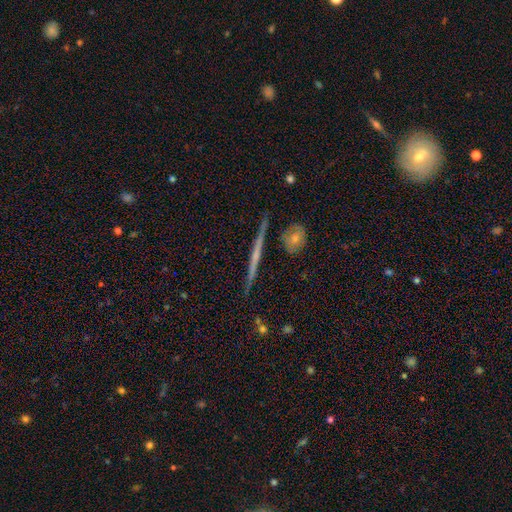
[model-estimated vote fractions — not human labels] A featured or disk galaxy (67%) viewed edge-on (96%) with no central bulge (75%).

Vote fractions:
- Smooth or featured? featured or disk: 67% / smooth: 26% / star or artifact: 7%
- Edge-on disk? yes: 96% / no: 4%
- Edge-on bulge? none: 75% / rounded: 18% / boxy: 7%
- Merging? none: 88% / minor disturbance: 7% / merger: 3% / major disturbance: 2%